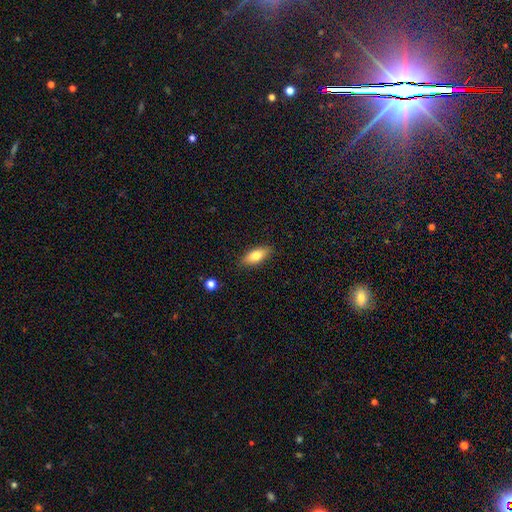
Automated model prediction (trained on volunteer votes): A smooth galaxy with no disk features (77%) that is in between round and cigar-shaped (78%). Merging: none (86%).